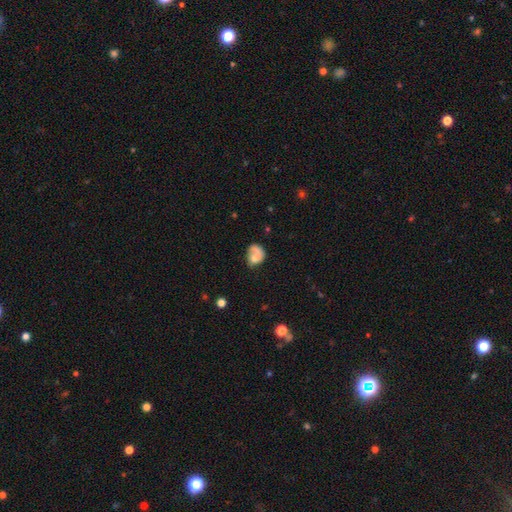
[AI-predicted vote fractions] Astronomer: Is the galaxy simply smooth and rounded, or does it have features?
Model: smooth — 56% (runner-up: featured or disk, 34%).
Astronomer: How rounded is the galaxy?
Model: in between — 54% (runner-up: round, 45%).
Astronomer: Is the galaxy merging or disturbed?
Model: none — 38% (runner-up: major disturbance, 26%).